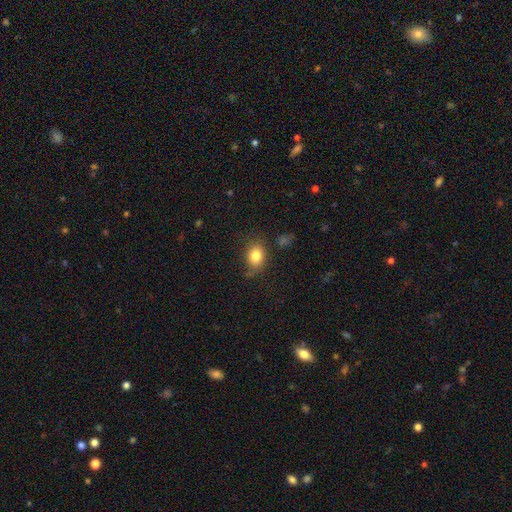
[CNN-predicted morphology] Smooth or featured? smooth (81%)
How rounded? in between (57%)
Merging? none (72%)